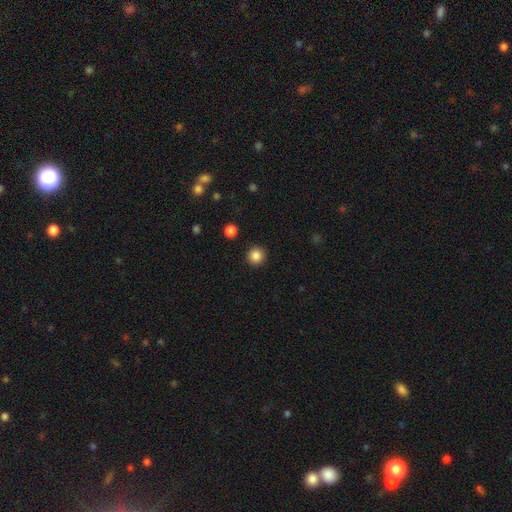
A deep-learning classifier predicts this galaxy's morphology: smooth-or-featured: smooth: 86% | star or artifact: 10% | featured or disk: 3%
  how-rounded: round: 95% | in between: 4% | cigar-shaped: 1%
  merging: none: 92% | minor disturbance: 5% | major disturbance: 2% | merger: 1%